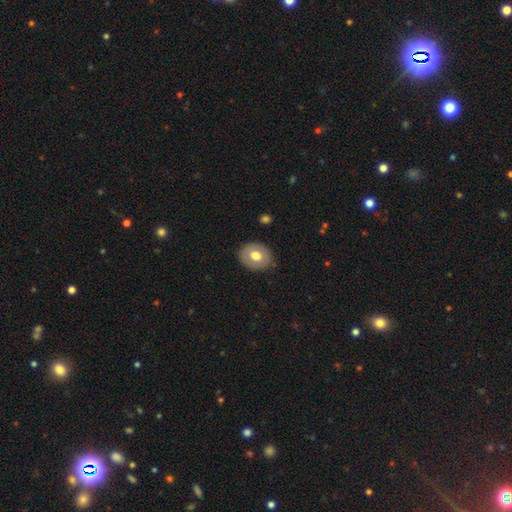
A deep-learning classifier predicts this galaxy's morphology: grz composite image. It shows a smooth galaxy with no disk features (66%) that is round (52%). Merging: none (85%).